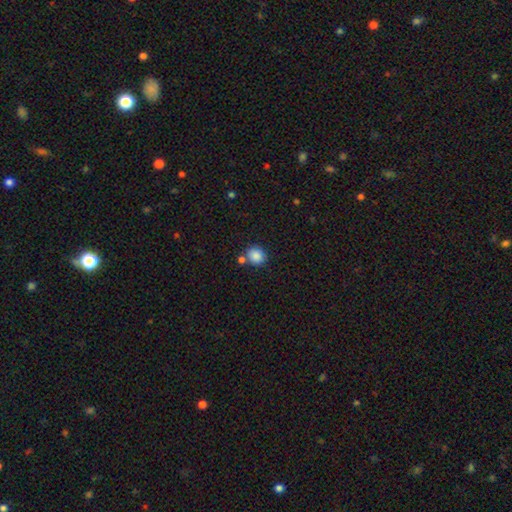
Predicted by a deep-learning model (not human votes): A smooth galaxy with no disk features (87%) that is round (76%).

Vote fractions:
- Smooth or featured? smooth: 87% / star or artifact: 9% / featured or disk: 4%
- How rounded? round: 76% / in between: 23% / cigar-shaped: 1%
- Merging? none: 70% / merger: 15% / minor disturbance: 11% / major disturbance: 3%